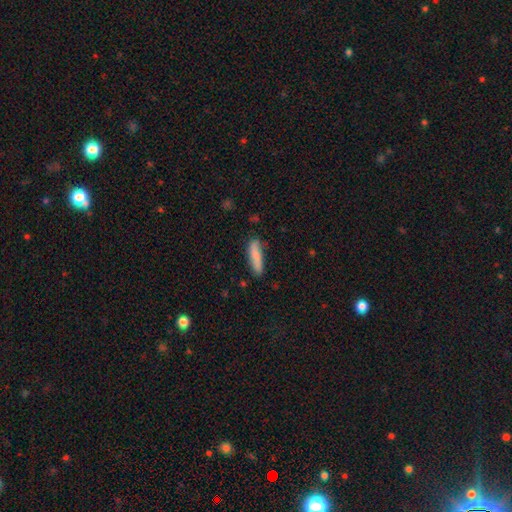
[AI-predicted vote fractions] A smooth galaxy with no disk features (80%) that is cigar-shaped (77%). Merging: none (76%).